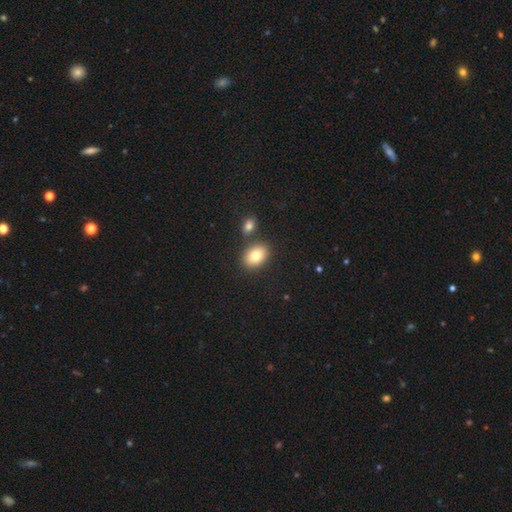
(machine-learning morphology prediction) A smooth galaxy with no disk features (80%) that is in between round and cigar-shaped (75%). Merging: none (76%).